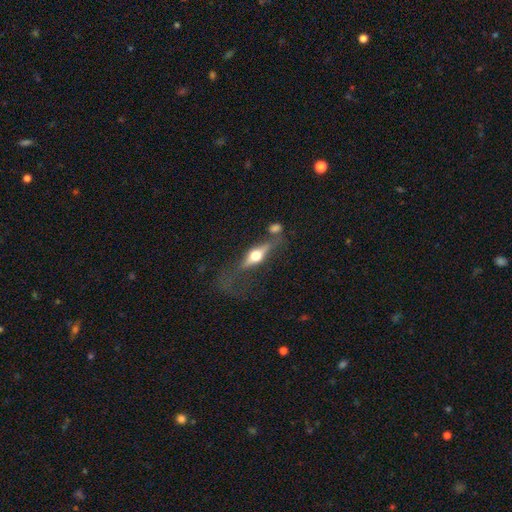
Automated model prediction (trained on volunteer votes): Smooth or featured? Predicted: featured or disk (p=0.61). Edge-on disk? Predicted: yes (p=0.88). Edge-on bulge? Predicted: rounded (p=0.96). Merging? Predicted: none (p=0.48).